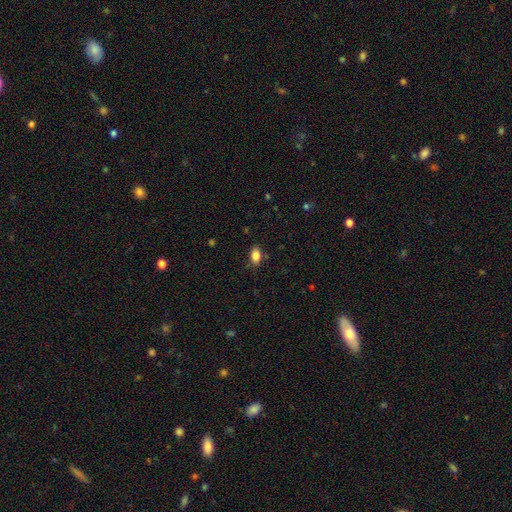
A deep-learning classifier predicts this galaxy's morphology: Overall: smooth (84%). How rounded: in between (86%). Merging: none (83%).